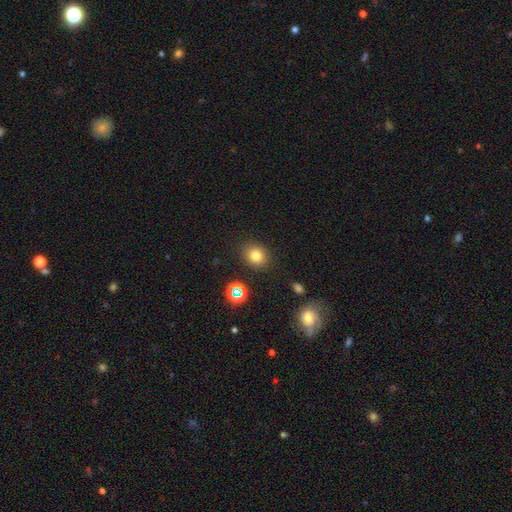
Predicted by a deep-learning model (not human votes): The model was most divided on "how rounded": round: 64%, in between: 35%, cigar-shaped: 1%. More confident: merging — none (86%); smooth or featured — smooth (78%).